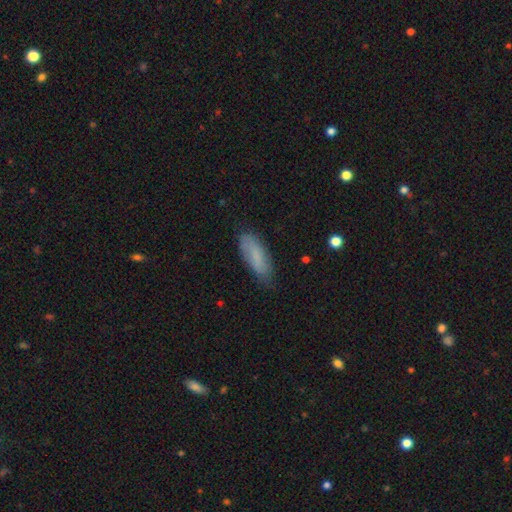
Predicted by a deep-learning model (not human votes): Smooth or featured: smooth — 76% (featured or disk — 17%)
How rounded: in between — 66% (cigar-shaped — 32%)
Merging: none — 72% (minor disturbance — 22%)